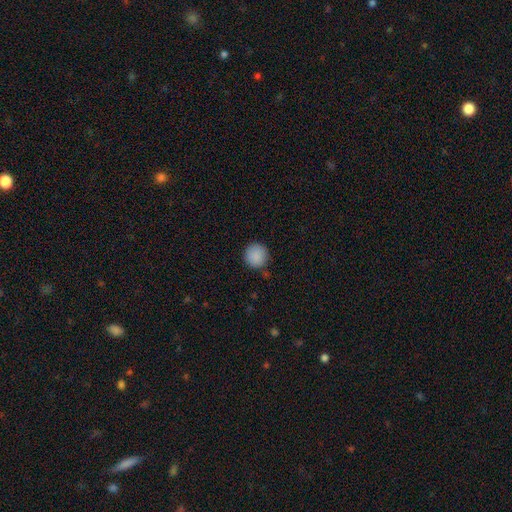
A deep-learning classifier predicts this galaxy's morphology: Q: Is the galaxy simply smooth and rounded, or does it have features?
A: smooth — 89%.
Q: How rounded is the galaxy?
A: round — 95%.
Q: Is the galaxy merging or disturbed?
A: none — 85%.